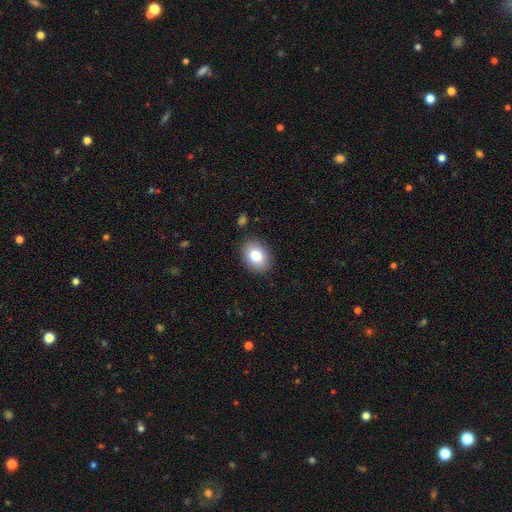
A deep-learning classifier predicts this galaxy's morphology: This is clearly a smooth galaxy (81%). How rounded: likely in between (68%). Merging: clearly none (88%).